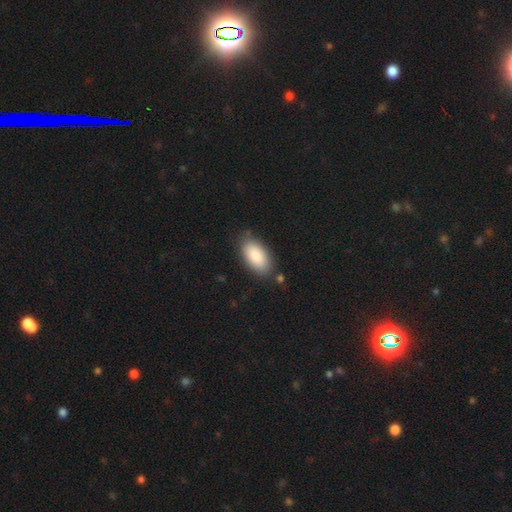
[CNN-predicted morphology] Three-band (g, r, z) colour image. It shows a smooth galaxy with no disk features (88%) that is in between round and cigar-shaped (93%). Merging: none (82%).